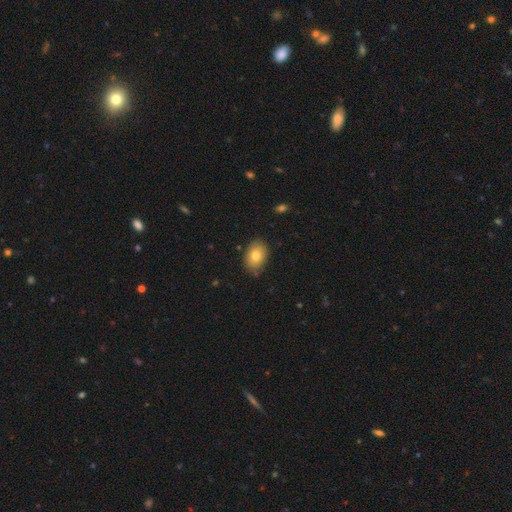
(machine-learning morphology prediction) Q: Smooth or featured?
A: smooth (78%); runner-up: featured or disk (14%)
Q: How rounded?
A: in between (79%); runner-up: round (20%)
Q: Merging?
A: none (79%); runner-up: minor disturbance (17%)